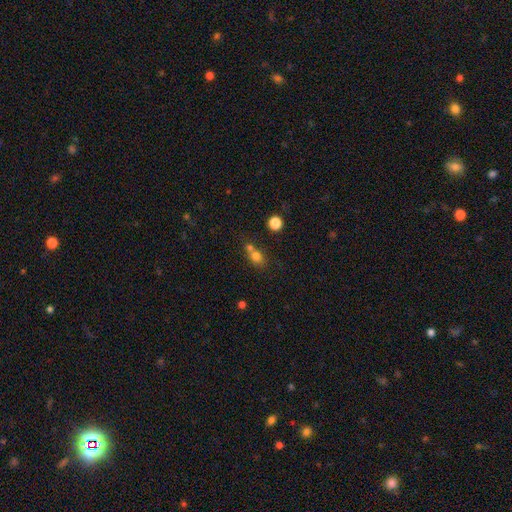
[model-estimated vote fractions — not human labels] Overall: smooth (75%). How rounded: round (57%; in between 41%). Merging: merger (44%; none 42%).